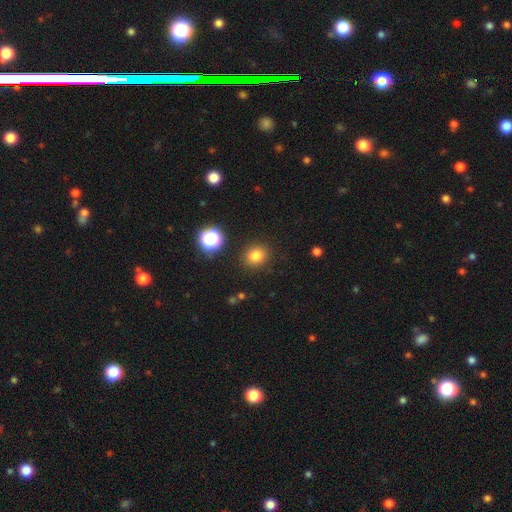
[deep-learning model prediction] Q: Smooth or featured?
A: smooth (80%); runner-up: star or artifact (15%)
Q: How rounded?
A: round (82%); runner-up: in between (17%)
Q: Merging?
A: none (89%); runner-up: minor disturbance (7%)